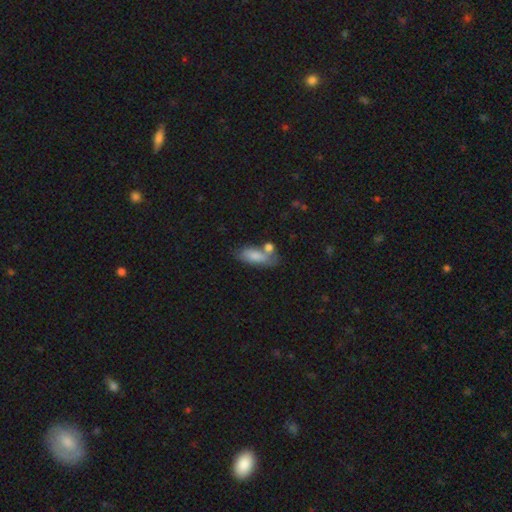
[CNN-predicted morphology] Q: Smooth or featured?
A: smooth (80%); runner-up: featured or disk (13%)
Q: How rounded?
A: in between (79%); runner-up: cigar-shaped (18%)
Q: Merging?
A: none (46%); runner-up: merger (26%)